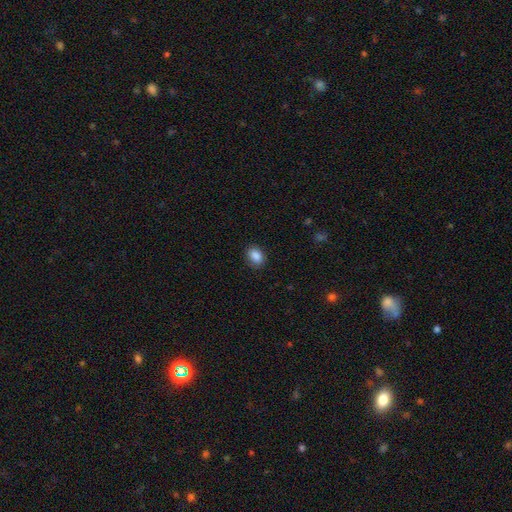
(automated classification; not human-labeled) Smooth or featured?
  - smooth: 88% *
  - star or artifact: 8%
  - featured or disk: 3%
How rounded?
  - in between: 68% *
  - round: 31%
  - cigar-shaped: 1%
Merging?
  - none: 87% *
  - minor disturbance: 10%
  - major disturbance: 2%
  - merger: 1%